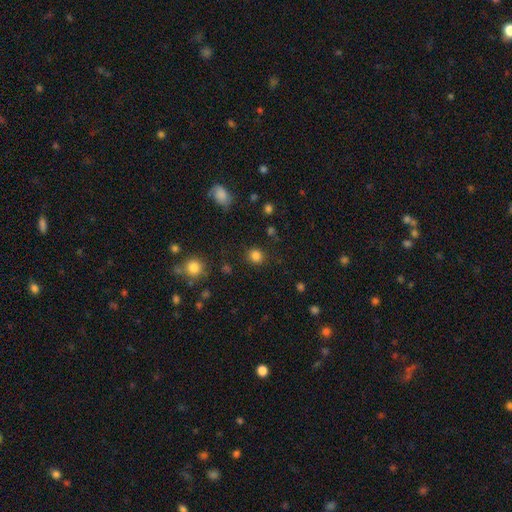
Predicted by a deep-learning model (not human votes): Smooth or featured: smooth — 83% (star or artifact — 13%)
How rounded: round — 86% (in between — 14%)
Merging: none — 88% (minor disturbance — 7%)